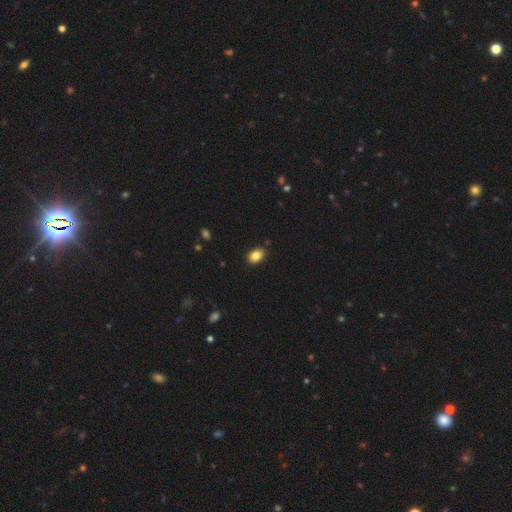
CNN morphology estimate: Smooth or featured: smooth — 85% (star or artifact — 9%)
How rounded: in between — 80% (round — 18%)
Merging: none — 86% (minor disturbance — 10%)